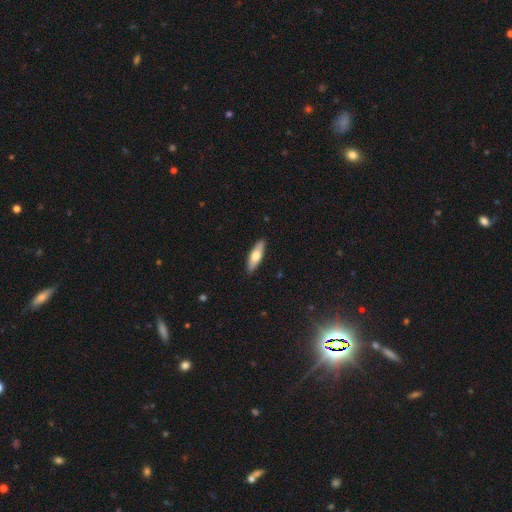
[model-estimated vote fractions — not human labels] Morphology: type=smooth (65%); roundness=cigar-shaped (55%); merging=none (89%).